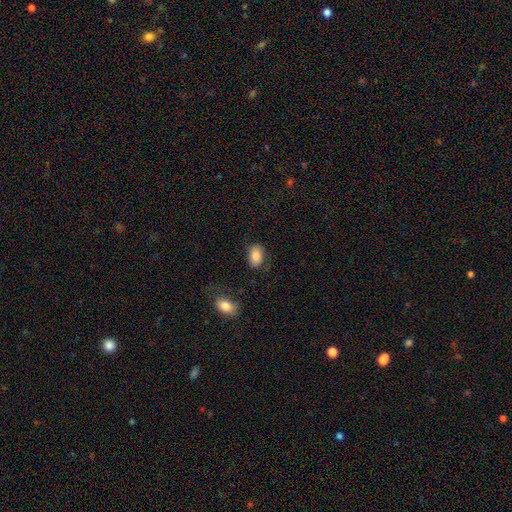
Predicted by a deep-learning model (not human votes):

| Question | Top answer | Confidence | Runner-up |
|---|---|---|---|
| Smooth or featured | smooth | 84% | featured or disk (9%) |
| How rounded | in between | 84% | round (15%) |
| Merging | none | 78% | minor disturbance (15%) |